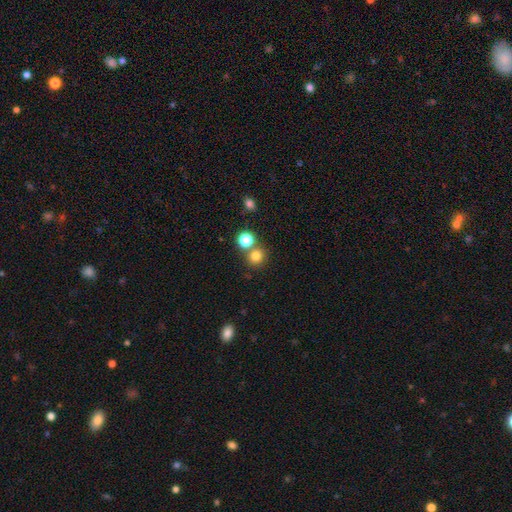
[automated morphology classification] Q: Smooth or featured?
A: smooth (79%); runner-up: star or artifact (15%)
Q: How rounded?
A: round (88%); runner-up: in between (12%)
Q: Merging?
A: none (68%); runner-up: merger (22%)